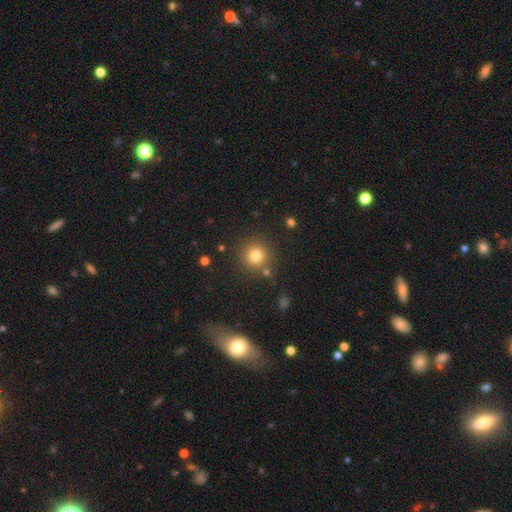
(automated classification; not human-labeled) Smooth or featured? smooth (79%)
How rounded? round (94%)
Merging? none (83%)